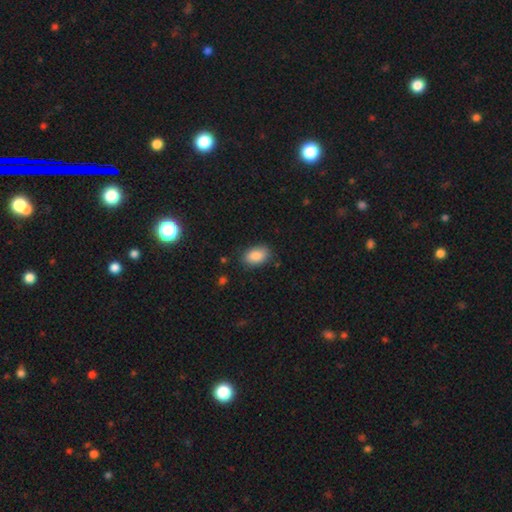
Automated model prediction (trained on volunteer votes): This appears to be a smooth galaxy with no disk features (88%) that is in between round and cigar-shaped (90%). Merging: none (82%).